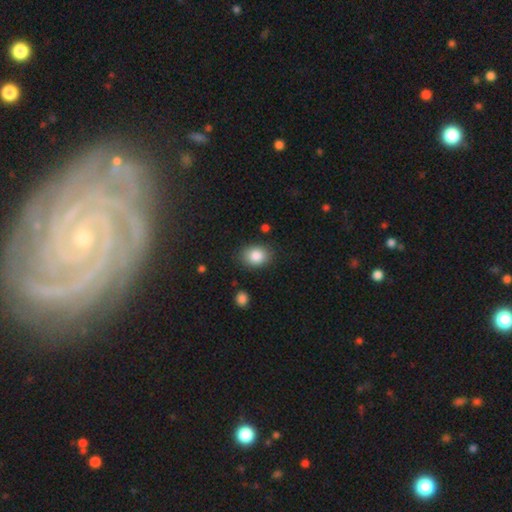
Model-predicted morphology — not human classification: smooth_or_featured: smooth (p=0.86) [alt: star or artifact p=0.08]
how_rounded: in between (p=0.60) [alt: round p=0.39]
merging: none (p=0.83) [alt: minor disturbance p=0.12]